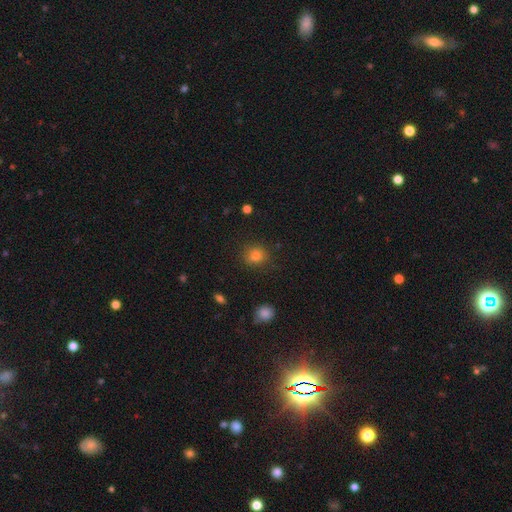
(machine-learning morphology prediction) A smooth galaxy with no disk features (81%) that is round (80%).

Vote fractions:
- Smooth or featured? smooth: 81% / star or artifact: 13% / featured or disk: 6%
- How rounded? round: 80% / in between: 19% / cigar-shaped: 1%
- Merging? none: 86% / minor disturbance: 9% / major disturbance: 3% / merger: 2%